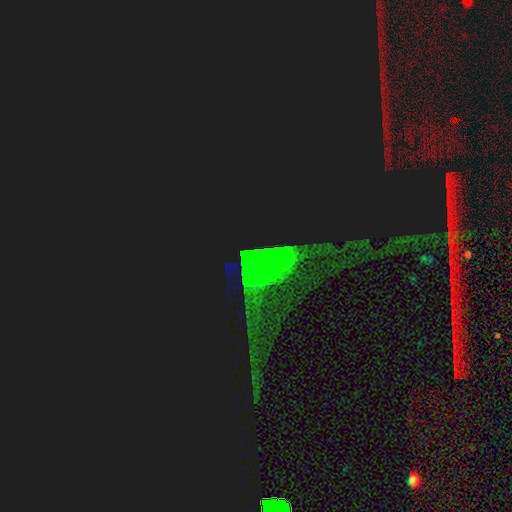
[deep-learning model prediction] A star or artifact, not a galaxy (77%).